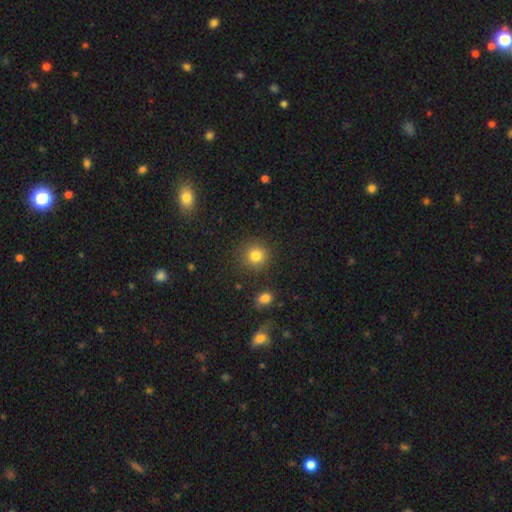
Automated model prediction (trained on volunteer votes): Smooth or featured? Predicted: smooth (p=0.82). How rounded? Predicted: round (p=0.91). Merging? Predicted: none (p=0.88).